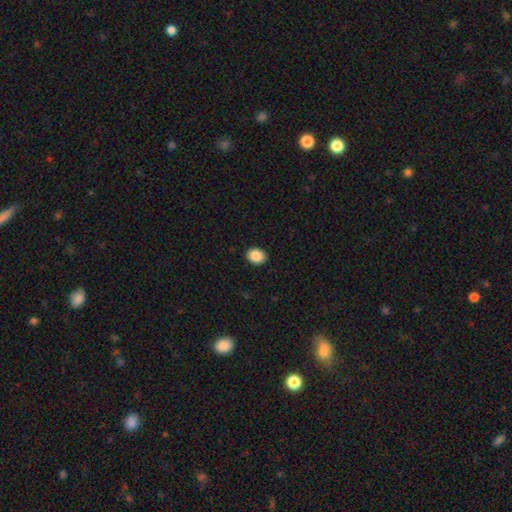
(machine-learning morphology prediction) Q: Smooth or featured?
A: smooth (89%); runner-up: star or artifact (8%)
Q: How rounded?
A: in between (58%); runner-up: round (41%)
Q: Merging?
A: none (91%); runner-up: minor disturbance (7%)